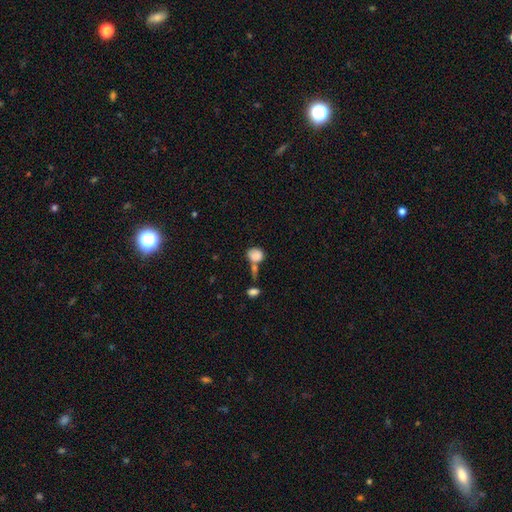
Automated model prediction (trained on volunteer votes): Morphology: type=smooth (83%); roundness=round (54%); merging=merger (39%).